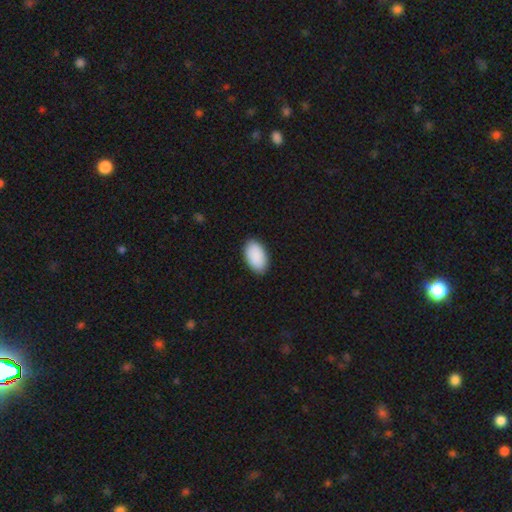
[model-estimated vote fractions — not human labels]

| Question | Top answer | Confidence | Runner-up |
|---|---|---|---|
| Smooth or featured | smooth | 91% | star or artifact (6%) |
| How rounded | in between | 96% | round (3%) |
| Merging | none | 88% | minor disturbance (9%) |